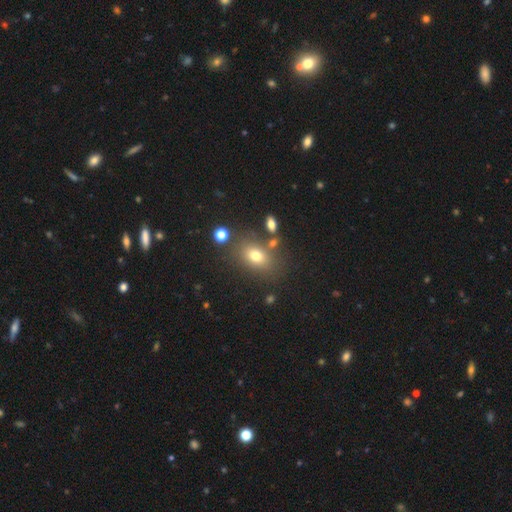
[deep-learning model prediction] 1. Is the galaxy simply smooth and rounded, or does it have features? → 72% smooth, 14% star or artifact, 13% featured or disk.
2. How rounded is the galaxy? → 72% in between, 26% round, 2% cigar-shaped.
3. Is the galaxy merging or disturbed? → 73% none, 13% minor disturbance, 9% merger, 6% major disturbance.